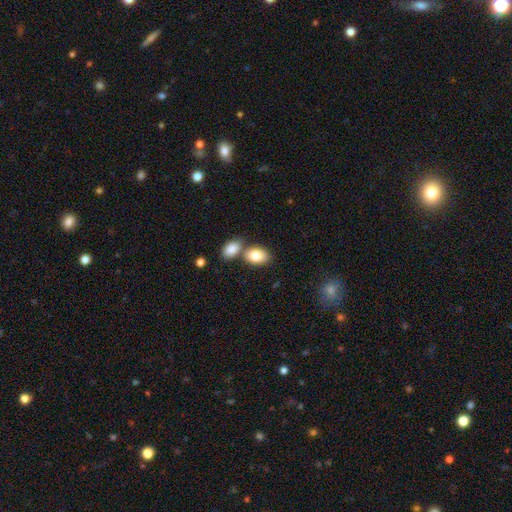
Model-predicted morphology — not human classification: Overall: smooth (83%). How rounded: in between (85%). Merging: none (49%; merger 38%).